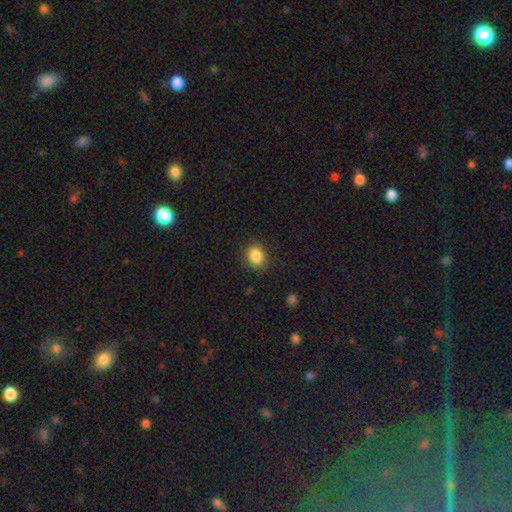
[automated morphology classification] smooth-or-featured: smooth: 86% | star or artifact: 10% | featured or disk: 4%
  how-rounded: round: 55% | in between: 44% | cigar-shaped: 1%
  merging: none: 87% | minor disturbance: 9% | major disturbance: 3% | merger: 1%